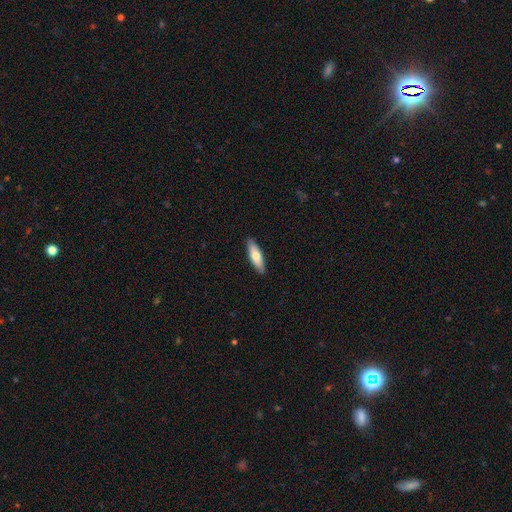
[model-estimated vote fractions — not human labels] A smooth galaxy with no disk features (65%) that is cigar-shaped (50%). Merging: none (89%).